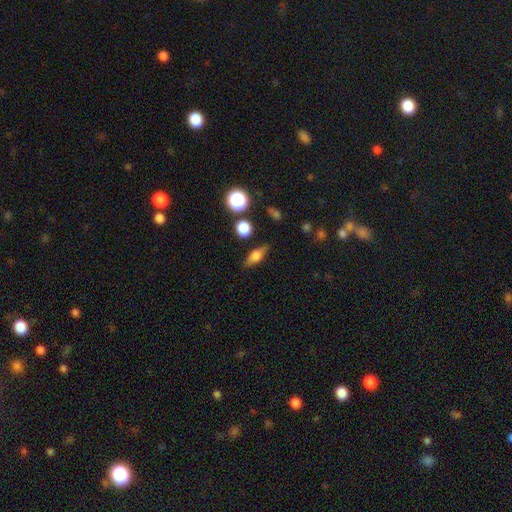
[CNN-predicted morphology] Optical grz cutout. It shows a smooth galaxy with no disk features (52%) that is in between round and cigar-shaped (55%). Merging: none (79%).